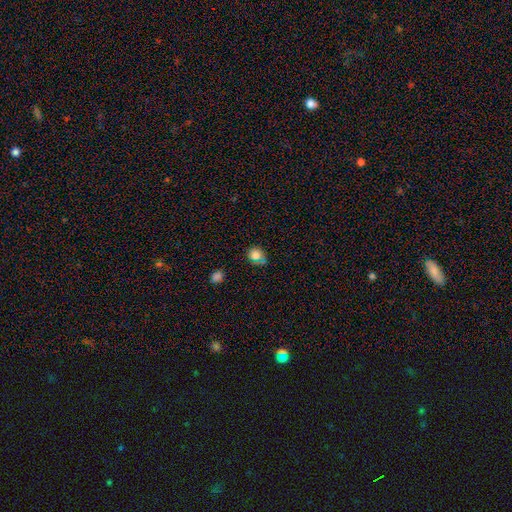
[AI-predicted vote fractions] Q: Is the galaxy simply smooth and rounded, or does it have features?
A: smooth — 76%.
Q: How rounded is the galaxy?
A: round — 77%.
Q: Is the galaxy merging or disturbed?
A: none — 75%.